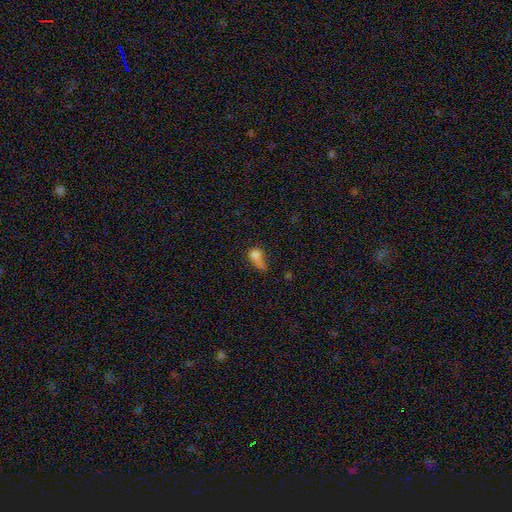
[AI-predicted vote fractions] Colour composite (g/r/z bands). It shows a smooth galaxy with no disk features (74%) that is in between round and cigar-shaped (53%). Merging: merger (34%).